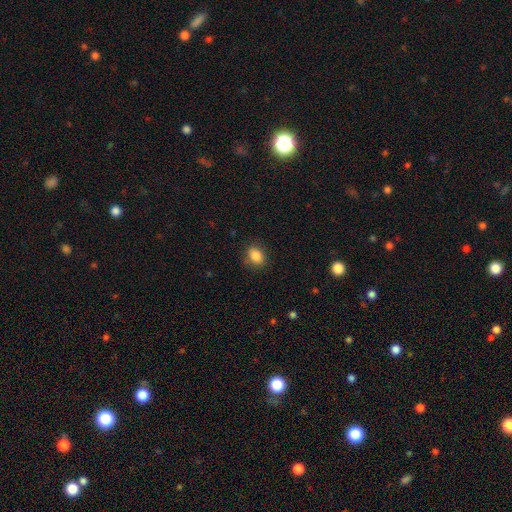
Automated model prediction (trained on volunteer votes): Overall: smooth (85%). How rounded: in between (58%; round 41%). Merging: none (81%).